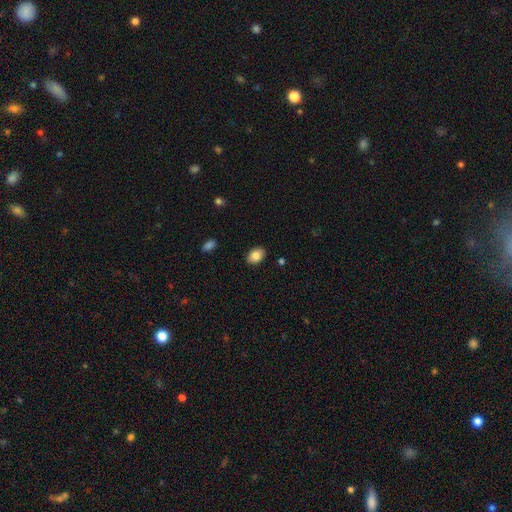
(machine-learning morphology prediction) The model was most divided on "how rounded": in between: 85%, round: 14%, cigar-shaped: 1%. More confident: merging — none (89%); smooth or featured — smooth (84%).